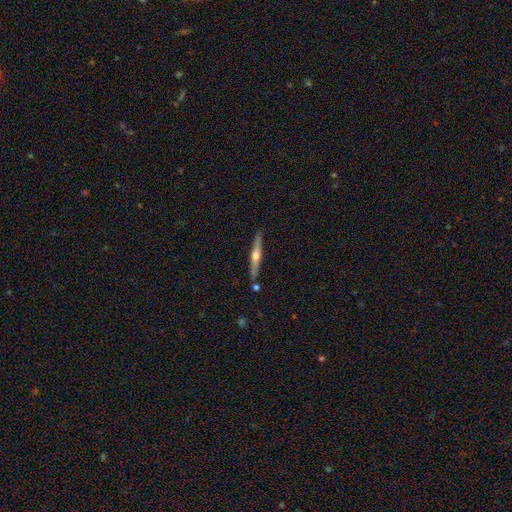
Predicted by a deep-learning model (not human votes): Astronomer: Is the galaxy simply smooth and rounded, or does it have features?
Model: featured or disk — 63%.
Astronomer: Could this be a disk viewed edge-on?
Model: yes — 97%.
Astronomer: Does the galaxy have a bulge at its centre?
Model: rounded — 87%.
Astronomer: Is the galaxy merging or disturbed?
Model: none — 85%.